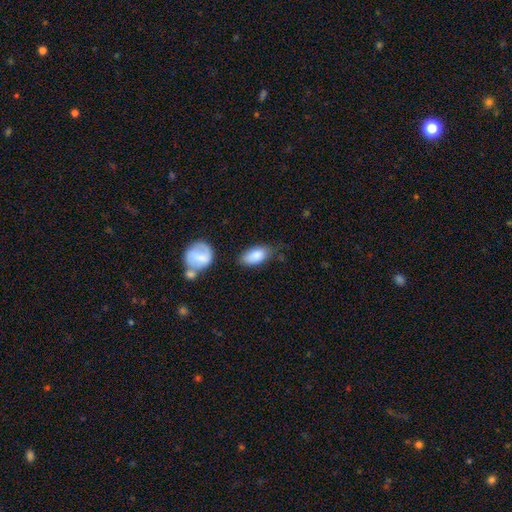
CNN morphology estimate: A smooth galaxy with no disk features (85%) that is in between round and cigar-shaped (91%). Merging: none (64%).